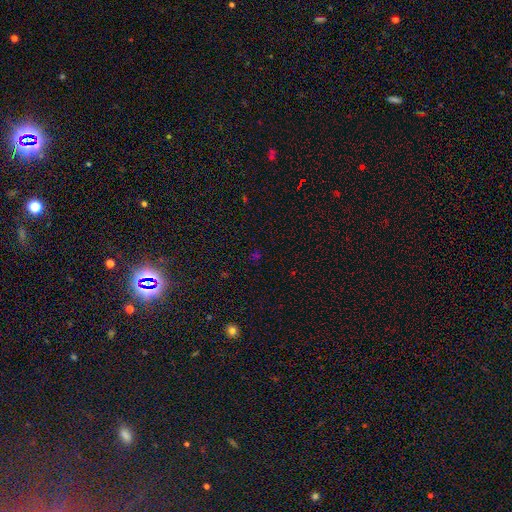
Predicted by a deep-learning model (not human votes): This appears to be a star or artifact, not a galaxy (56%).